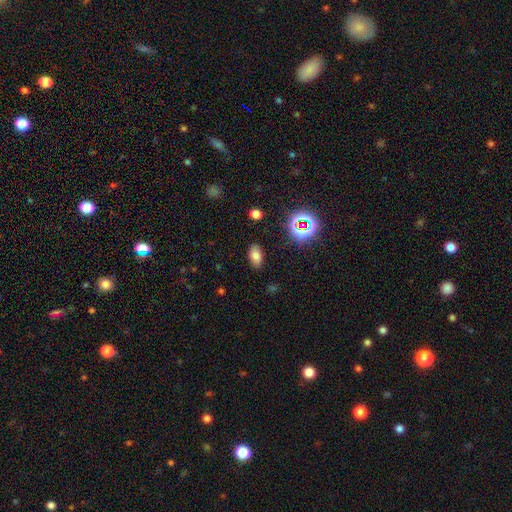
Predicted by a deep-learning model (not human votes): This is likely a smooth galaxy (72%). How rounded: clearly in between (91%). Merging: clearly none (85%).